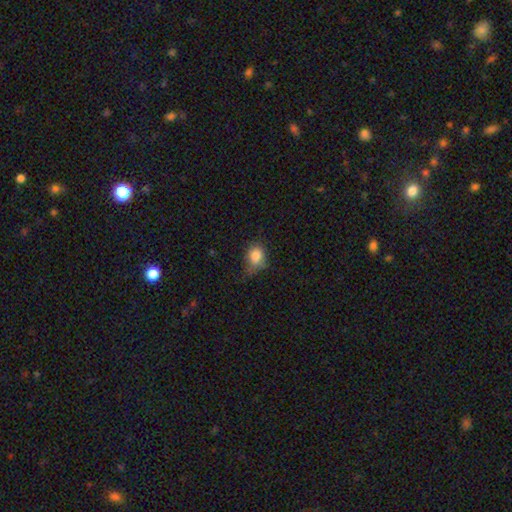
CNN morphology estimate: This is clearly a smooth galaxy (83%). How rounded: possibly in between (57%). Merging: possibly none (50%).